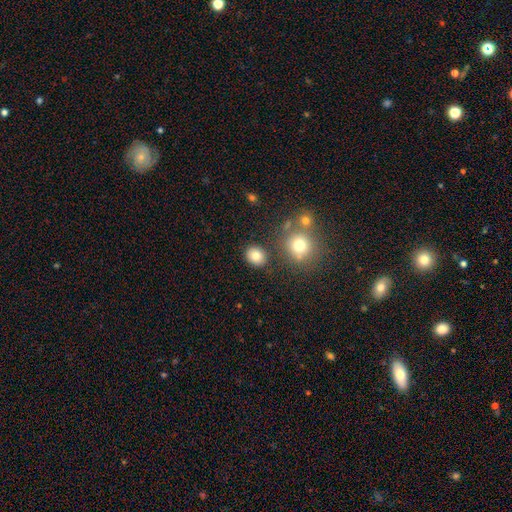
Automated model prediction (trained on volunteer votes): Smooth or featured? smooth (82%)
How rounded? round (63%)
Merging? none (84%)